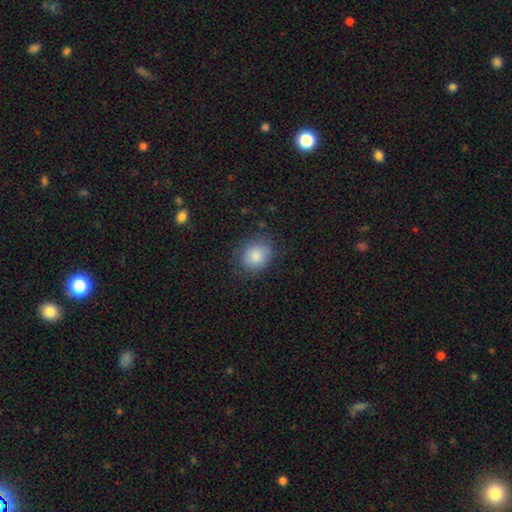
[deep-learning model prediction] A smooth galaxy with no disk features (85%) that is round (59%).

Vote fractions:
- Smooth or featured? smooth: 85% / star or artifact: 8% / featured or disk: 7%
- How rounded? round: 59% / in between: 40% / cigar-shaped: 1%
- Merging? none: 73% / minor disturbance: 19% / major disturbance: 7% / merger: 1%